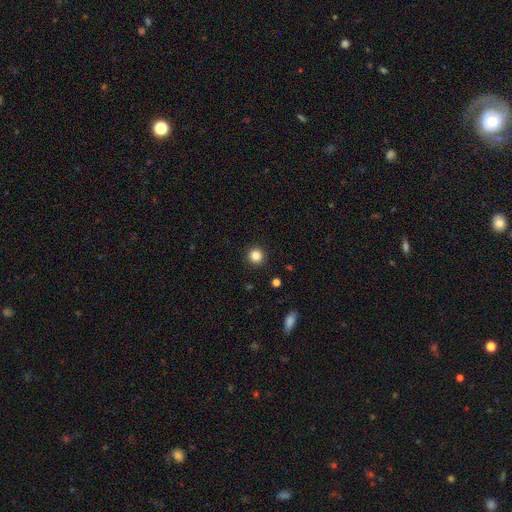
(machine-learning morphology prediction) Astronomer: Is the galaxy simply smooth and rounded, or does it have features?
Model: smooth — 85%.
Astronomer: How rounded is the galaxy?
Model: round — 95%.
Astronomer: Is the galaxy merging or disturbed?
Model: none — 93%.